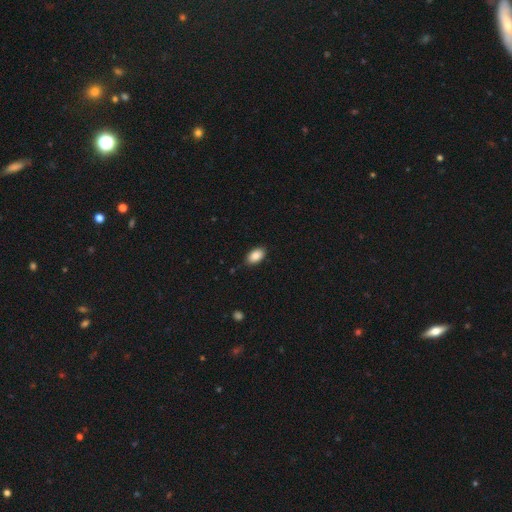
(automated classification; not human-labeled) This is clearly a smooth galaxy (88%). How rounded: clearly in between (92%). Merging: clearly none (84%).